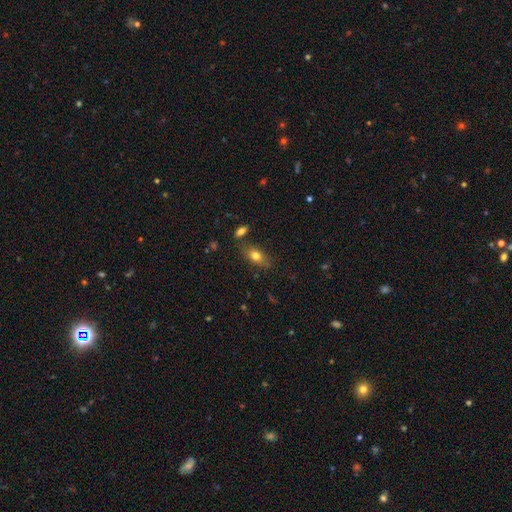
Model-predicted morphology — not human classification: Q: Smooth or featured?
A: smooth (73%); runner-up: featured or disk (18%)
Q: How rounded?
A: in between (80%); runner-up: cigar-shaped (11%)
Q: Merging?
A: none (75%); runner-up: minor disturbance (15%)